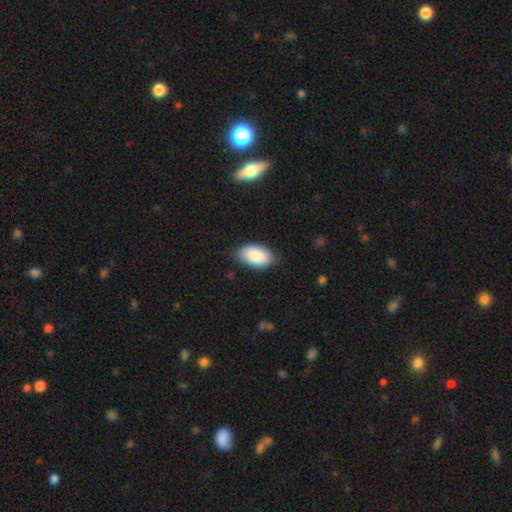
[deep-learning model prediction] smooth_or_featured: smooth (p=0.86) [alt: featured or disk p=0.08]
how_rounded: in between (p=0.94) [alt: round p=0.04]
merging: none (p=0.80) [alt: minor disturbance p=0.16]